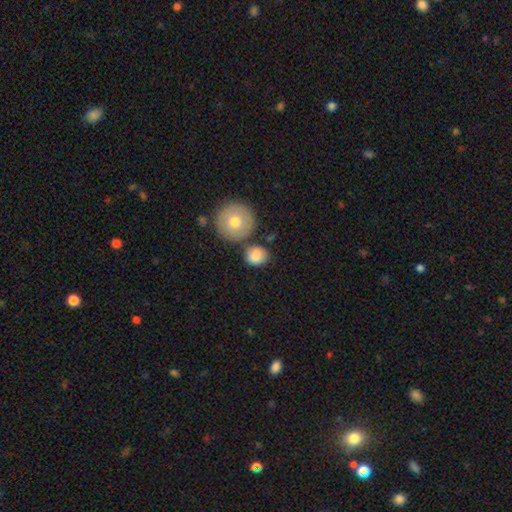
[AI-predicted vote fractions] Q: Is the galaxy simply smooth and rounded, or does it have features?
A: smooth — 81%.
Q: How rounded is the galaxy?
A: round — 74%.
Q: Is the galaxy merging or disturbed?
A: none — 61%.